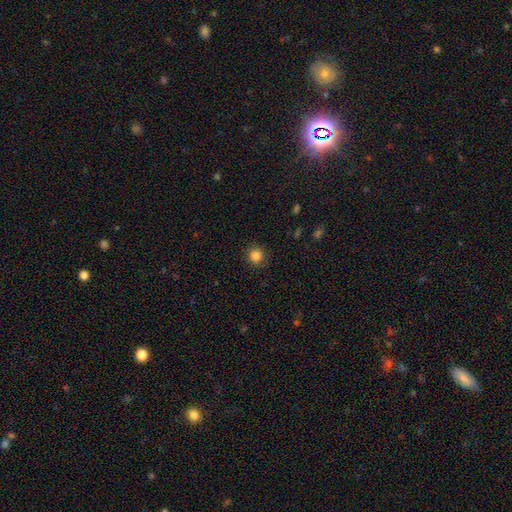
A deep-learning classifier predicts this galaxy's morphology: This appears to be a smooth galaxy with no disk features (85%) that is round (92%). Merging: none (89%).